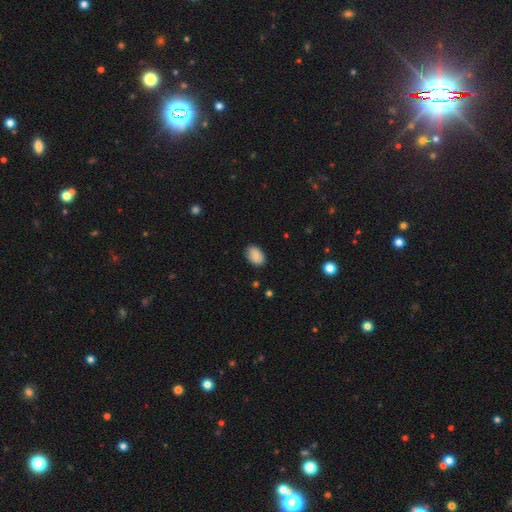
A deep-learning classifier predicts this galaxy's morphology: This is clearly a smooth galaxy (85%). How rounded: clearly in between (86%). Merging: clearly none (85%).